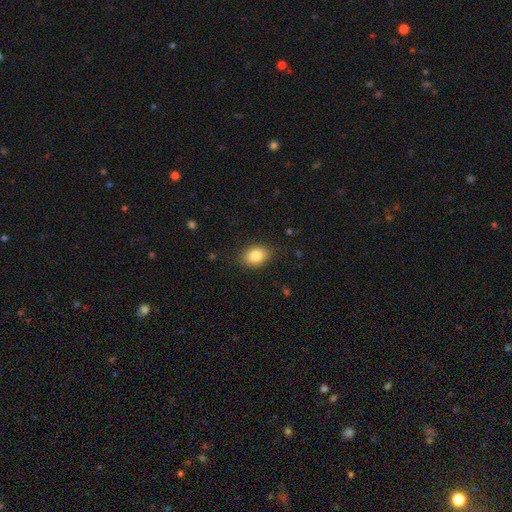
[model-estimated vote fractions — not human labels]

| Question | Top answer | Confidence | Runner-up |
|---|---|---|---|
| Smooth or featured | smooth | 84% | star or artifact (8%) |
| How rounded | in between | 74% | round (25%) |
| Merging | none | 85% | minor disturbance (11%) |